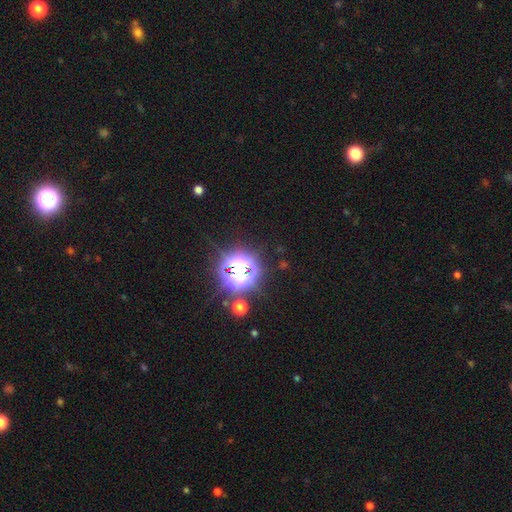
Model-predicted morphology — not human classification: smooth-or-featured: star or artifact: 83% | smooth: 11% | featured or disk: 6%